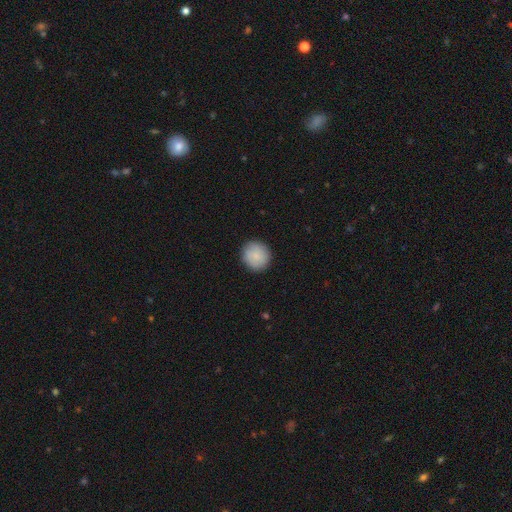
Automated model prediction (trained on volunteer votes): Smooth or featured? Predicted: smooth (p=0.87). How rounded? Predicted: round (p=0.93). Merging? Predicted: none (p=0.90).